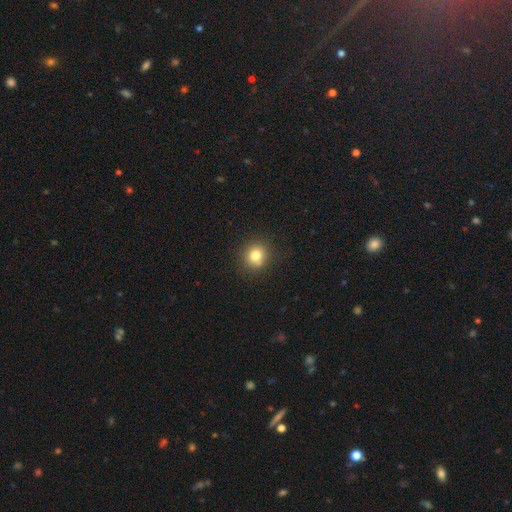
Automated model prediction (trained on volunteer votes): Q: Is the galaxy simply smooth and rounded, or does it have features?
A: smooth — 78%.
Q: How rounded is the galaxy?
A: round — 87%.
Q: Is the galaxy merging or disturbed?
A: none — 80%.